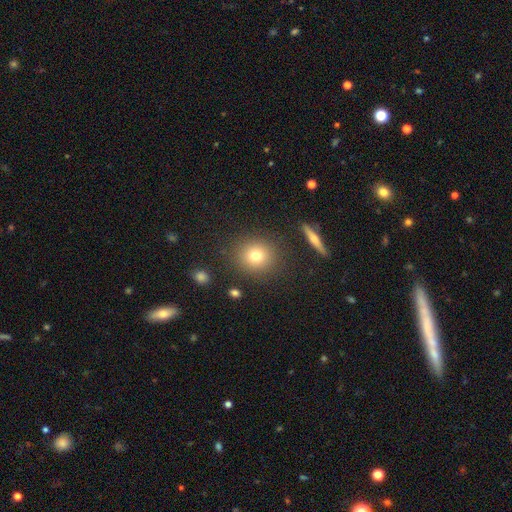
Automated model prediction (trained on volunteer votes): The model was most divided on "smooth or featured": smooth: 76%, star or artifact: 12%, featured or disk: 11%. More confident: merging — none (87%); how rounded — round (87%).